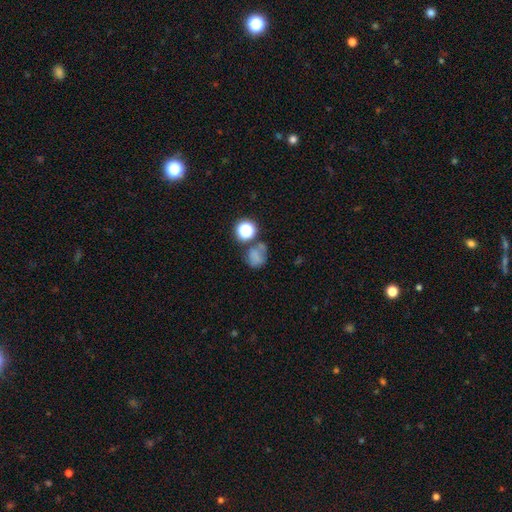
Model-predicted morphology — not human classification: Smooth or featured? Predicted: smooth (p=0.65). How rounded? Predicted: round (p=0.66). Merging? Predicted: none (p=0.46).